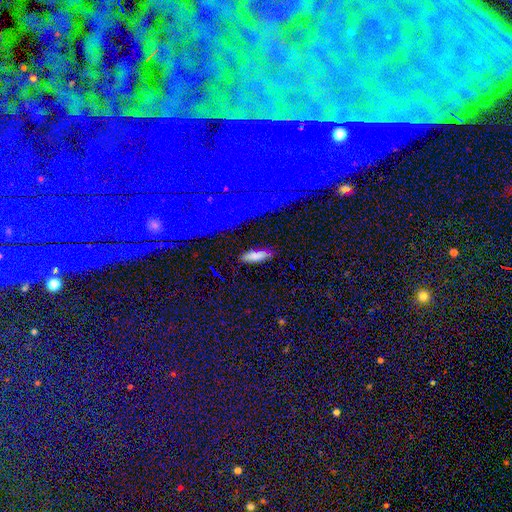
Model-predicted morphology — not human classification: Smooth or featured? smooth (81%)
How rounded? cigar-shaped (57%)
Merging? none (81%)